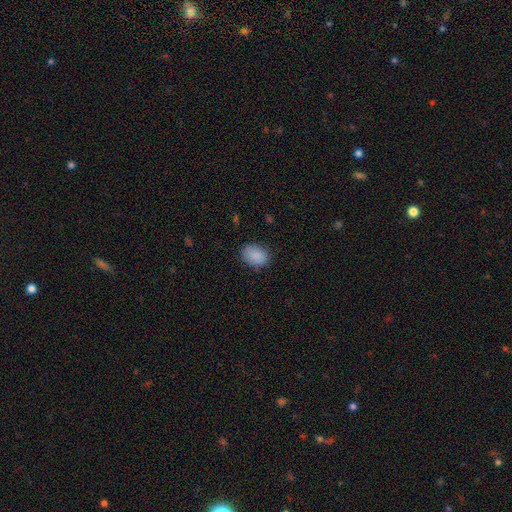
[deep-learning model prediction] The model was most divided on "how rounded": in between: 70%, round: 29%, cigar-shaped: 1%. More confident: smooth or featured — smooth (88%); merging — none (82%).